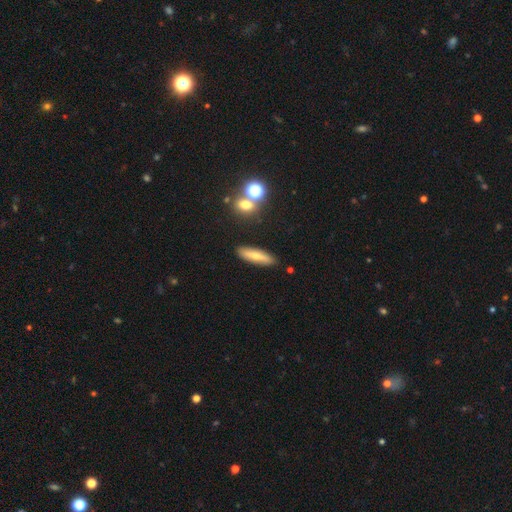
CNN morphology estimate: A smooth galaxy with no disk features (65%) that is cigar-shaped (71%). Merging: none (86%).